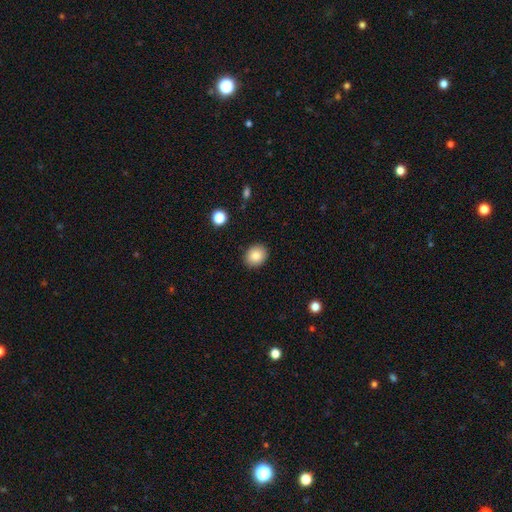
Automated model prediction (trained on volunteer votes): Smooth or featured: smooth — 84% (star or artifact — 9%)
How rounded: round — 62% (in between — 37%)
Merging: none — 90% (minor disturbance — 7%)